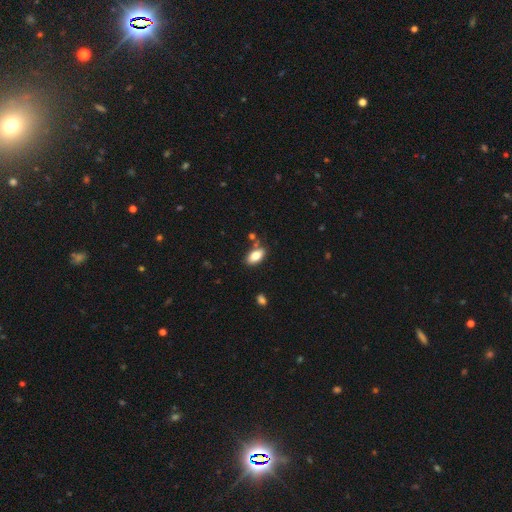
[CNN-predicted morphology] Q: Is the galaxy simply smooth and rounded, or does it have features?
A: smooth — 82%.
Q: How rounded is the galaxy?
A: in between — 91%.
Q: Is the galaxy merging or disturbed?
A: none — 76%.